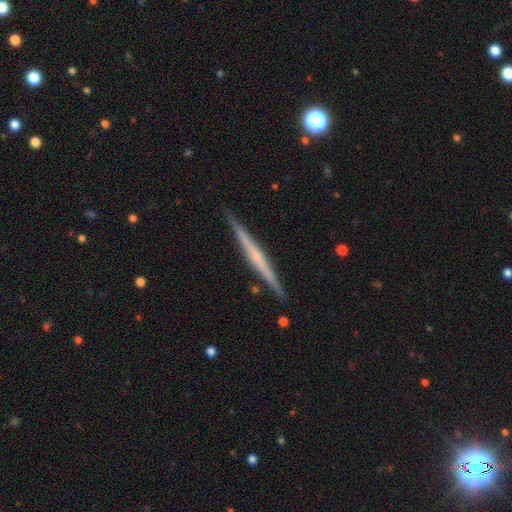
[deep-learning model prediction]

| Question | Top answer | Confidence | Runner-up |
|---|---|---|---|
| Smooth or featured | featured or disk | 67% | smooth (27%) |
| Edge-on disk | yes | 98% | no (2%) |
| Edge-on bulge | none | 56% | rounded (32%) |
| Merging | none | 90% | minor disturbance (7%) |